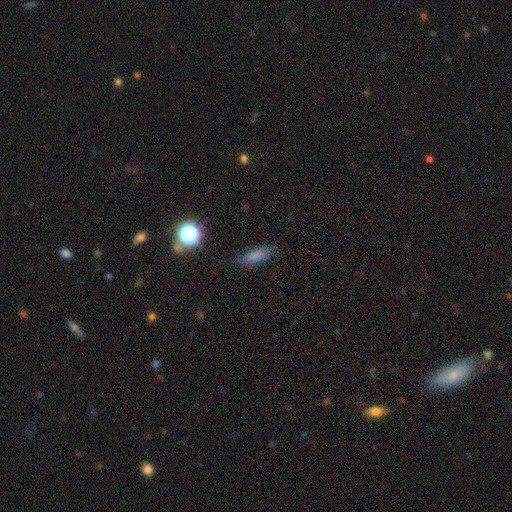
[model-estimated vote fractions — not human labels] This appears to be a smooth galaxy with no disk features (75%) that is in between round and cigar-shaped (53%). Merging: none (77%).